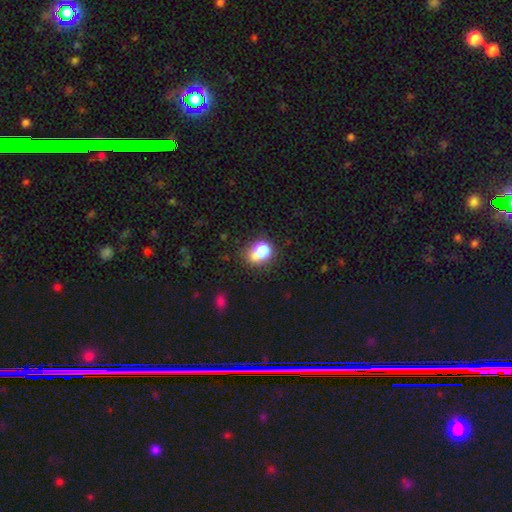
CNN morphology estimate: Smooth or featured: smooth — 70% (featured or disk — 17%)
How rounded: round — 60% (in between — 39%)
Merging: none — 37% (tied with merger — 37%)